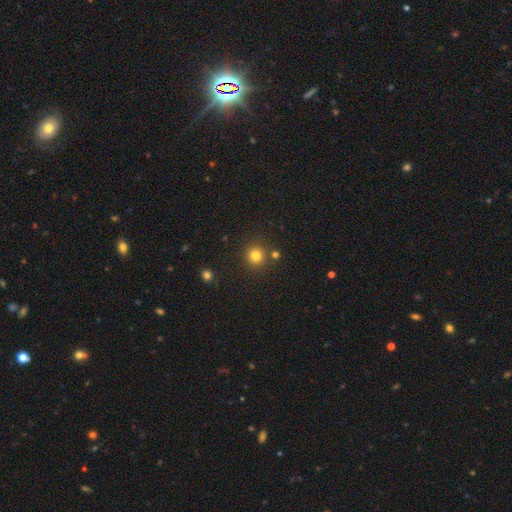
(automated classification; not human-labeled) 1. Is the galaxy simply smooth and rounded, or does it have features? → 80% smooth, 14% star or artifact, 5% featured or disk.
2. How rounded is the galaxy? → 94% round, 5% in between, 1% cigar-shaped.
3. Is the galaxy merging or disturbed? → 85% none, 7% minor disturbance, 6% merger, 2% major disturbance.